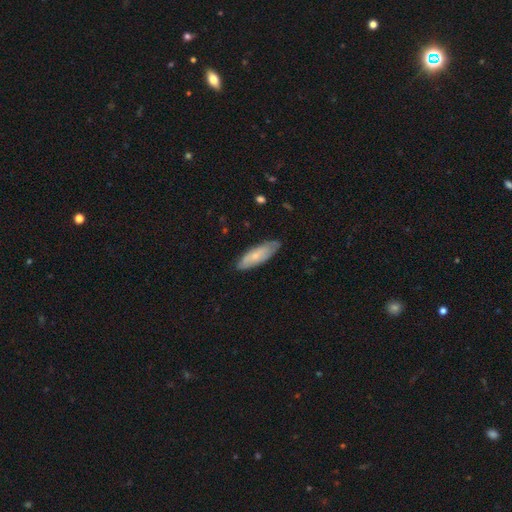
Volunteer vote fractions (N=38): Smooth or featured? smooth (53%)
How rounded? in between (65%)
Merging? none (91%)